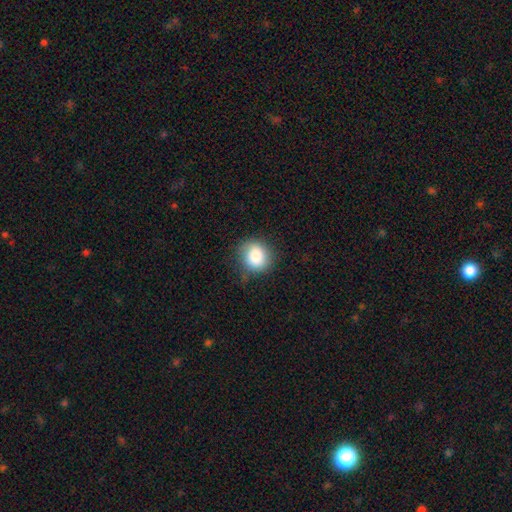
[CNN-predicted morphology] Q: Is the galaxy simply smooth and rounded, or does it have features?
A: smooth — 84%.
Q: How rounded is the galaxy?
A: round — 77%.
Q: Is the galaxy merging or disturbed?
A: none — 73%.